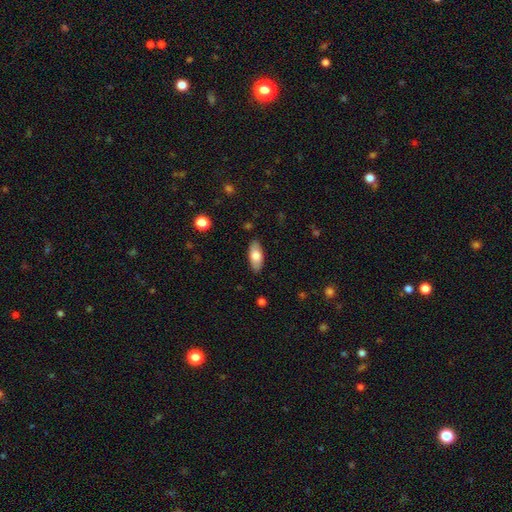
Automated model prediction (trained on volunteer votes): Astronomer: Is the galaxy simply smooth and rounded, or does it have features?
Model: smooth — 74%.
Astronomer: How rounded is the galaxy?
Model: in between — 85%.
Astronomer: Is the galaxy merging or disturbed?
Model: none — 86%.